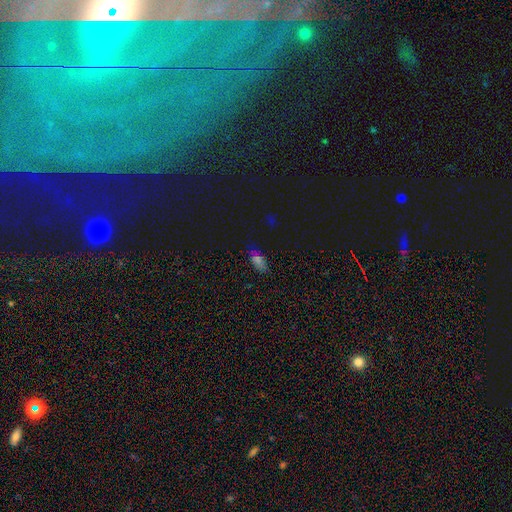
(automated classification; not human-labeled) Smooth or featured? smooth (53%)
How rounded? in between (81%)
Merging? none (80%)